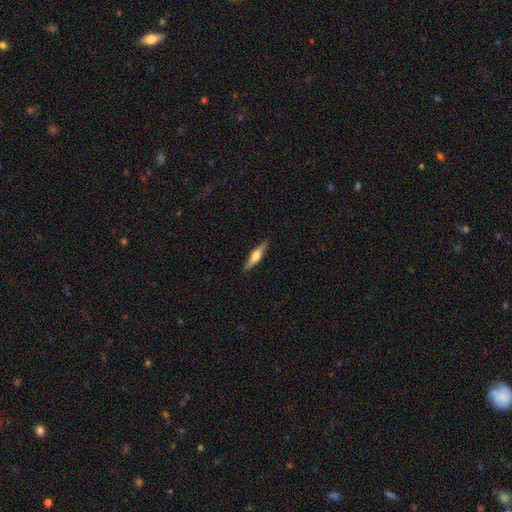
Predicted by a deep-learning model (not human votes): Morphology: type=featured or disk (53%); edge-on=yes (96%); edge-on bulge=rounded (88%); merging=none (89%).